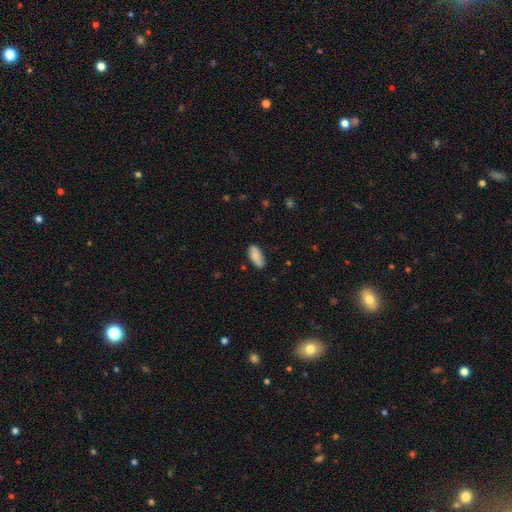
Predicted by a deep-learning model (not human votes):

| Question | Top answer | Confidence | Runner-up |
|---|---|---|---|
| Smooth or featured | smooth | 75% | featured or disk (18%) |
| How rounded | in between | 86% | cigar-shaped (11%) |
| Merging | none | 79% | minor disturbance (16%) |